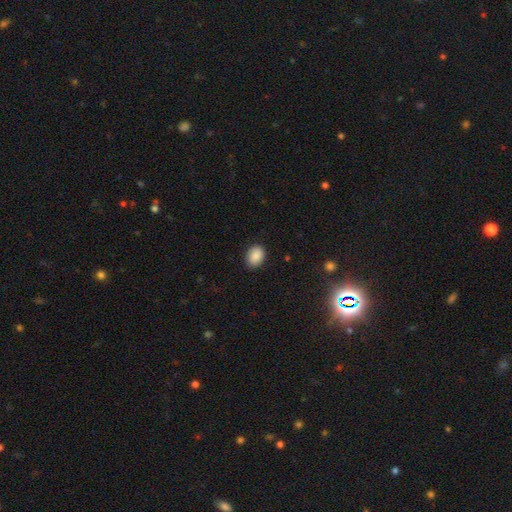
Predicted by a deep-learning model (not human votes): Morphology: type=smooth (89%); roundness=in between (62%); merging=none (87%).